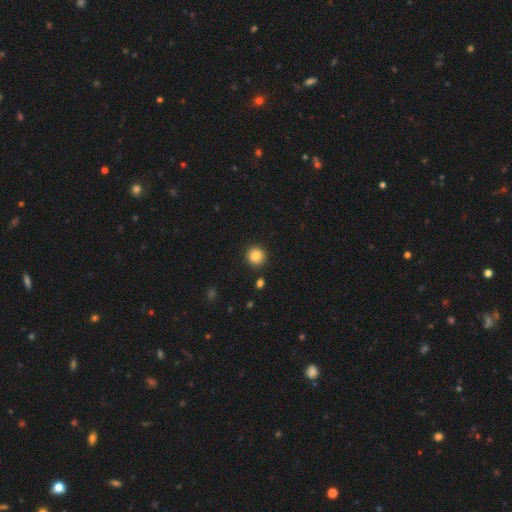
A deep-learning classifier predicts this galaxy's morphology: The model was most divided on "smooth or featured": smooth: 85%, star or artifact: 9%, featured or disk: 5%. More confident: how rounded — round (92%); merging — none (90%).